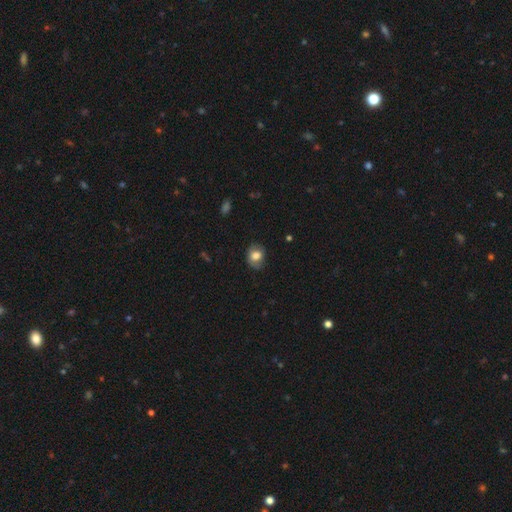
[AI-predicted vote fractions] Smooth or featured? Predicted: smooth (p=0.72). How rounded? Predicted: in between (p=0.53). Merging? Predicted: none (p=0.69).